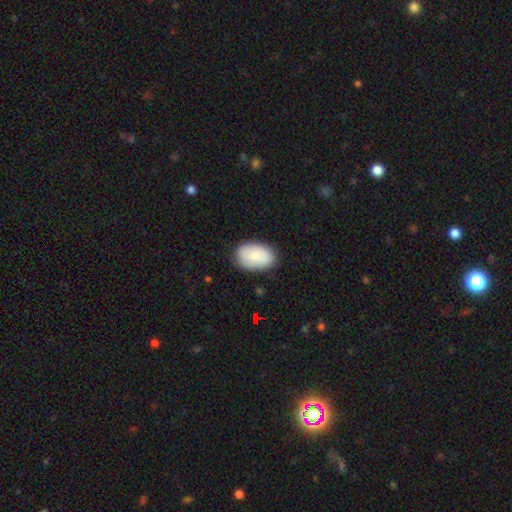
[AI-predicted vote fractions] Smooth or featured? Predicted: smooth (p=0.71). How rounded? Predicted: in between (p=0.89). Merging? Predicted: none (p=0.82).